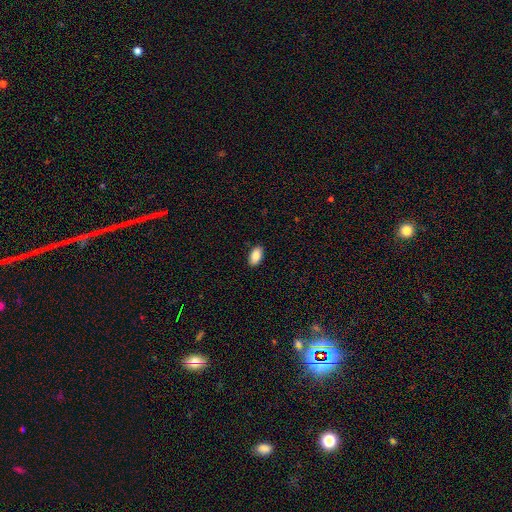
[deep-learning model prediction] Smooth or featured?
  - smooth: 88% *
  - star or artifact: 7%
  - featured or disk: 5%
How rounded?
  - in between: 94% *
  - round: 3%
  - cigar-shaped: 3%
Merging?
  - none: 89% *
  - minor disturbance: 8%
  - major disturbance: 2%
  - merger: 1%